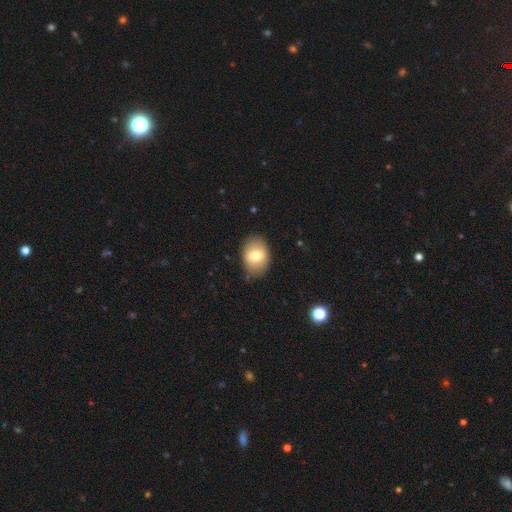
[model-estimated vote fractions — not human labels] This appears to be a smooth galaxy with no disk features (73%) that is in between round and cigar-shaped (74%). Merging: none (80%).